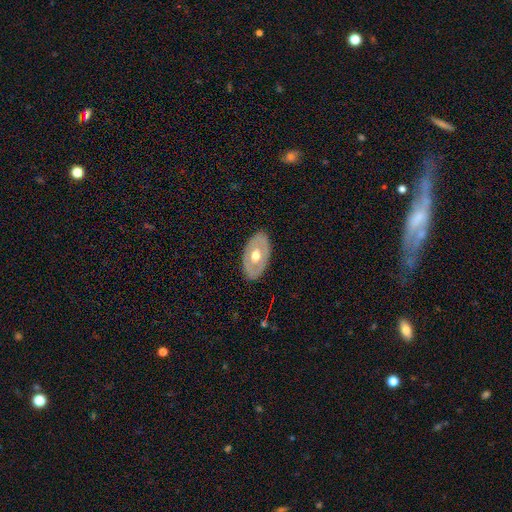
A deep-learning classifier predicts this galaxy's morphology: Smooth or featured? featured or disk (54%)
Edge-on disk? no (86%)
Merging? none (85%)